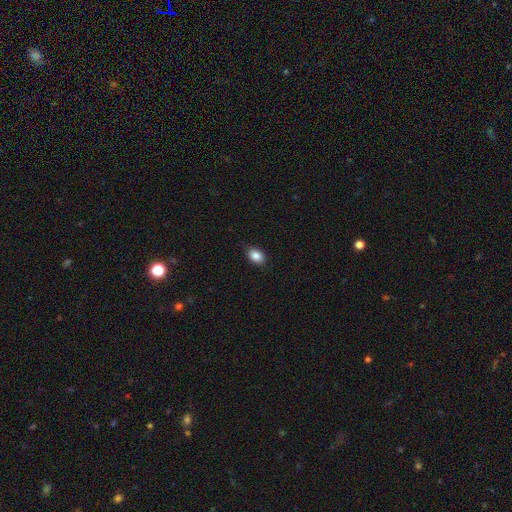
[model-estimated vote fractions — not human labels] Q: Smooth or featured?
A: smooth (86%); runner-up: star or artifact (9%)
Q: How rounded?
A: in between (76%); runner-up: round (23%)
Q: Merging?
A: none (85%); runner-up: minor disturbance (12%)